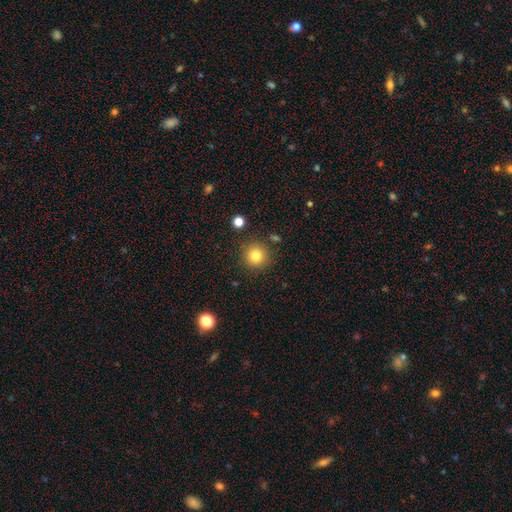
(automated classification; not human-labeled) Smooth or featured? Predicted: smooth (p=0.81). How rounded? Predicted: round (p=0.94). Merging? Predicted: none (p=0.87).